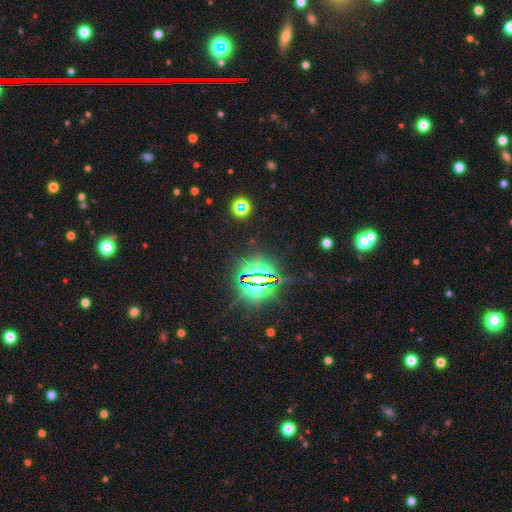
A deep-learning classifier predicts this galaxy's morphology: Smooth or featured?
  - star or artifact: 79% *
  - smooth: 14%
  - featured or disk: 7%